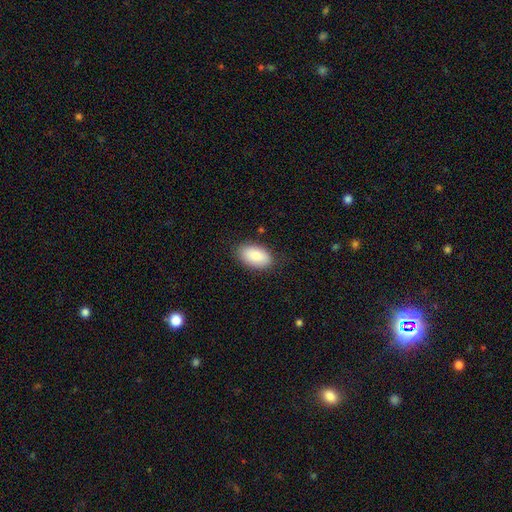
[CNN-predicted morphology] Overall: smooth (86%). How rounded: in between (94%). Merging: none (84%).